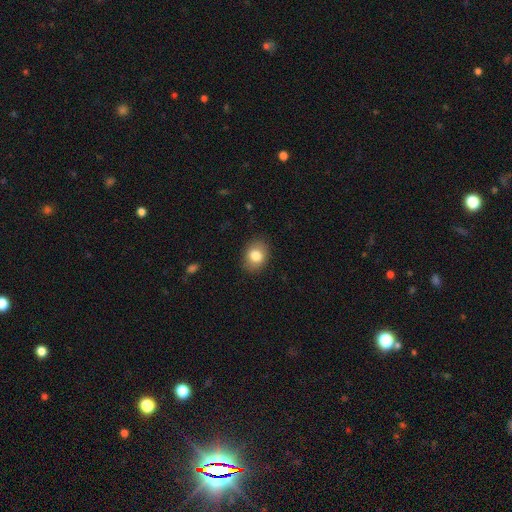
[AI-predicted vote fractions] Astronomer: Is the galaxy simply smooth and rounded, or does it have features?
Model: smooth — 81%.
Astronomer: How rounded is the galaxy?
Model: in between — 54% (runner-up: round, 45%).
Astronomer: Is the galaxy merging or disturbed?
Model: none — 86%.